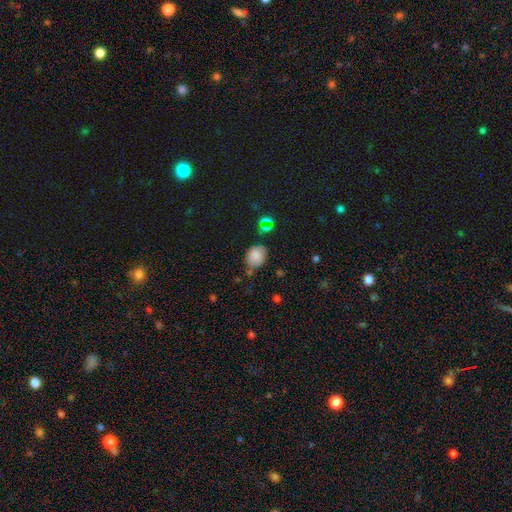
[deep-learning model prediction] smooth_or_featured: smooth (p=0.81) [alt: star or artifact p=0.10]
how_rounded: in between (p=0.51) [alt: round p=0.48]
merging: none (p=0.65) [alt: minor disturbance p=0.21]